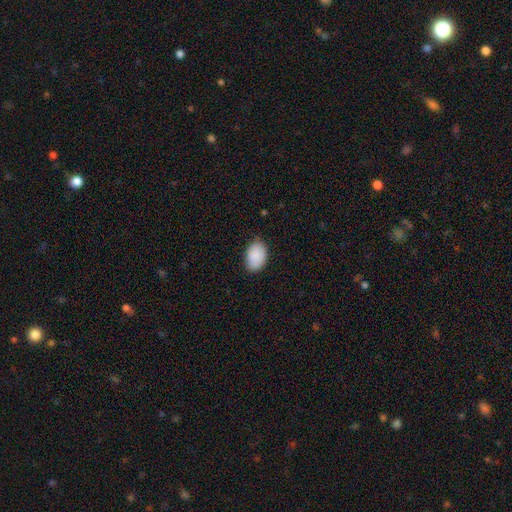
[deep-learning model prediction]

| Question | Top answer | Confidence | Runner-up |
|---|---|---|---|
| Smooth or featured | smooth | 89% | star or artifact (6%) |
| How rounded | in between | 88% | round (11%) |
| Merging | none | 80% | minor disturbance (16%) |